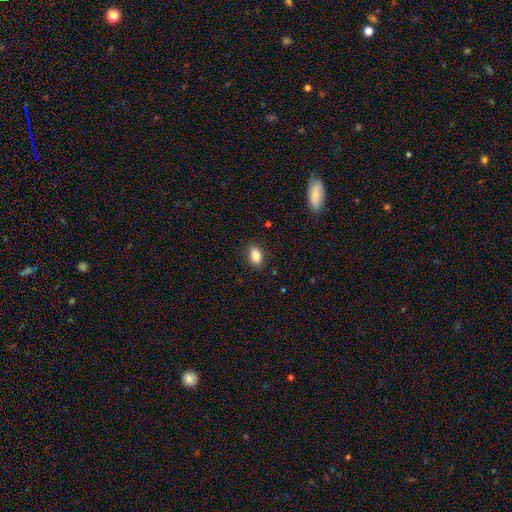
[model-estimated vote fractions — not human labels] smooth_or_featured: smooth (p=0.84) [alt: star or artifact p=0.08]
how_rounded: in between (p=0.87) [alt: round p=0.10]
merging: none (p=0.88) [alt: minor disturbance p=0.09]